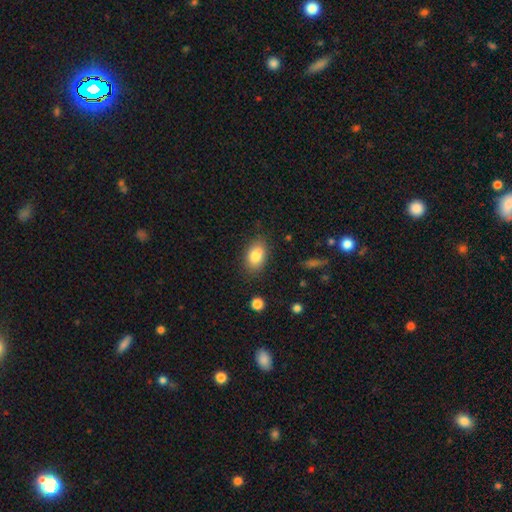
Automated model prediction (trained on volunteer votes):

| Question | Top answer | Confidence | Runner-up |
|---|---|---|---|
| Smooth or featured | smooth | 84% | featured or disk (8%) |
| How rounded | in between | 87% | round (11%) |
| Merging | none | 82% | minor disturbance (13%) |